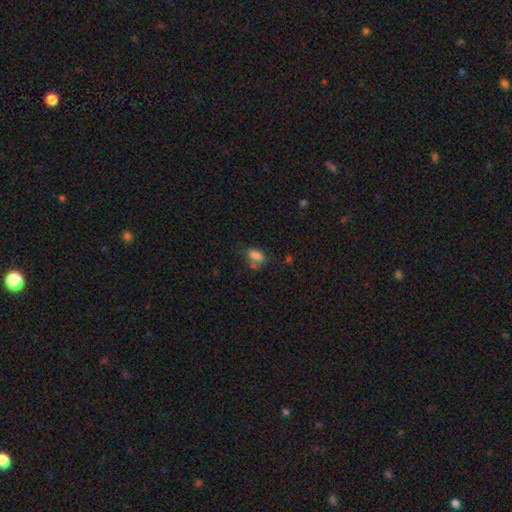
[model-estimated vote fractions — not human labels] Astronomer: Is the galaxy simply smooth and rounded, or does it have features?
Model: smooth — 82%.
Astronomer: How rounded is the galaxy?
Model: in between — 86%.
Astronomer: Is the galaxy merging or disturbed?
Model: none — 55%.